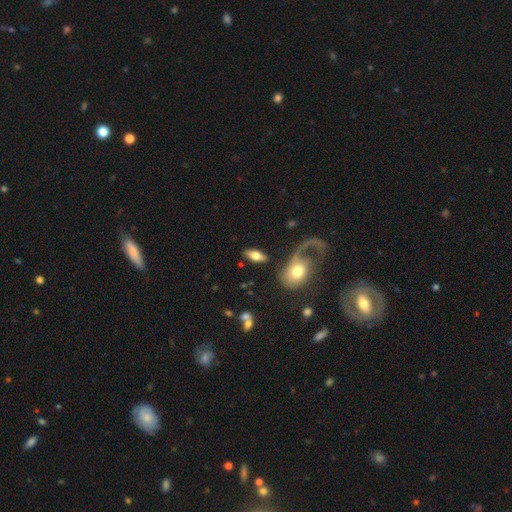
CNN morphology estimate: smooth 56%, featured or disk 38%, star or artifact 6%. Down the decision tree: how rounded — in between (81%); merging — none (76%).